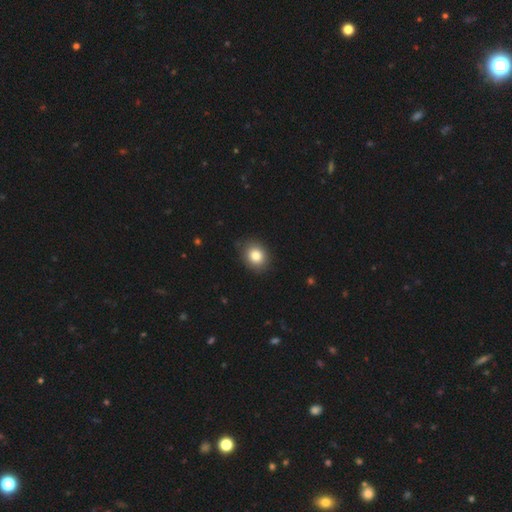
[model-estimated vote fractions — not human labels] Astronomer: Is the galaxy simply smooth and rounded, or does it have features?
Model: smooth — 82%.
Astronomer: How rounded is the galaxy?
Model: round — 59% (runner-up: in between, 40%).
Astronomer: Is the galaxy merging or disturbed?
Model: none — 86%.